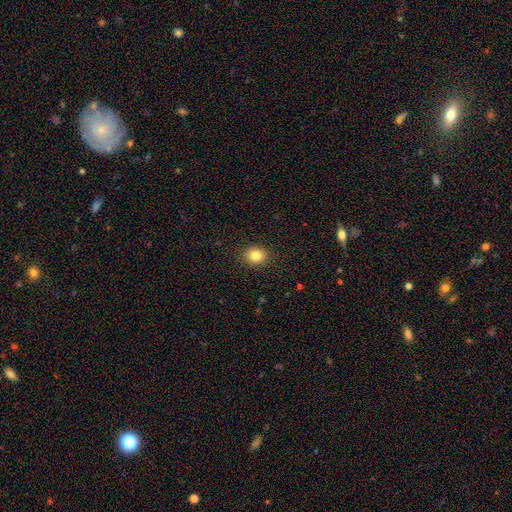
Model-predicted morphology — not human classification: This appears to be a smooth galaxy with no disk features (84%) that is round (67%). Merging: none (90%).